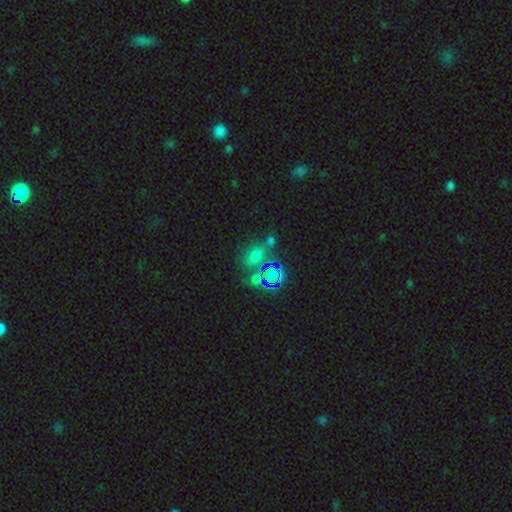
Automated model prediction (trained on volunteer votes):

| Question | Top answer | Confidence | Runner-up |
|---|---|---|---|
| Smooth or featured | smooth | 48% | star or artifact (42%) |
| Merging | none | 58% | merger (21%) |